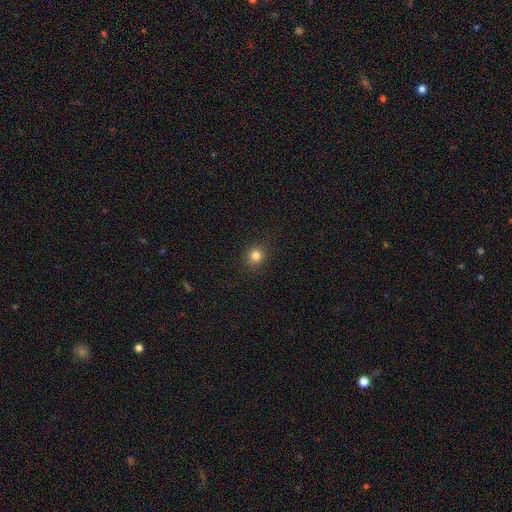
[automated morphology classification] Smooth or featured?
  - smooth: 82% *
  - star or artifact: 13%
  - featured or disk: 5%
How rounded?
  - round: 88% *
  - in between: 11%
  - cigar-shaped: 1%
Merging?
  - none: 90% *
  - minor disturbance: 7%
  - major disturbance: 2%
  - merger: 1%